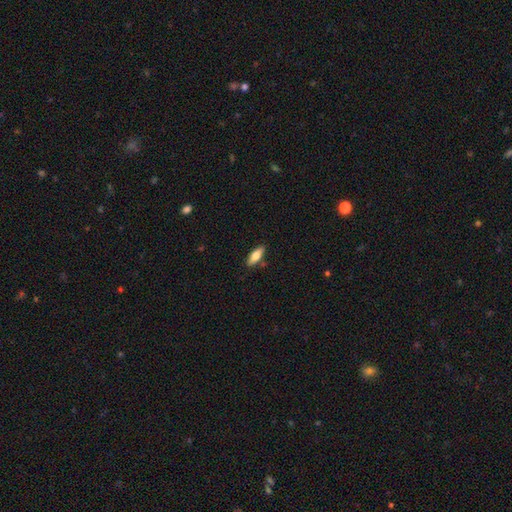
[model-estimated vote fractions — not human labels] The model was most divided on "how rounded": in between: 63%, cigar-shaped: 34%, round: 2%. More confident: merging — none (85%); smooth or featured — smooth (67%).